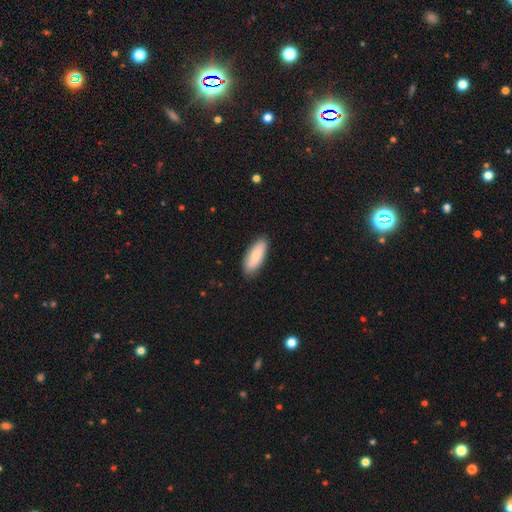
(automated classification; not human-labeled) Smooth or featured? Predicted: smooth (p=0.82). How rounded? Predicted: in between (p=0.73). Merging? Predicted: none (p=0.87).